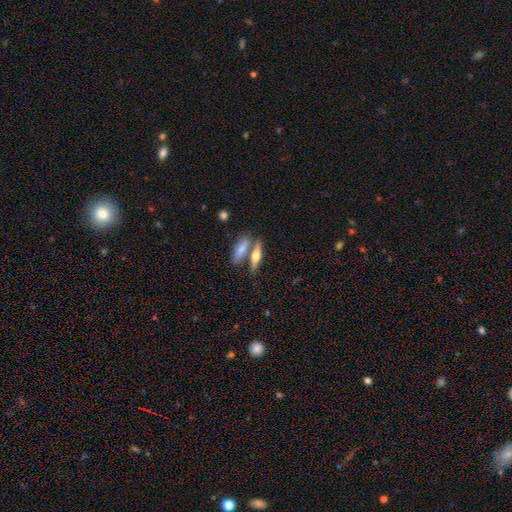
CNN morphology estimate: Smooth or featured?
  - smooth: 59% *
  - featured or disk: 35%
  - star or artifact: 7%
How rounded?
  - cigar-shaped: 54% *
  - in between: 42%
  - round: 4%
Merging?
  - none: 50% *
  - merger: 38%
  - minor disturbance: 9%
  - major disturbance: 3%